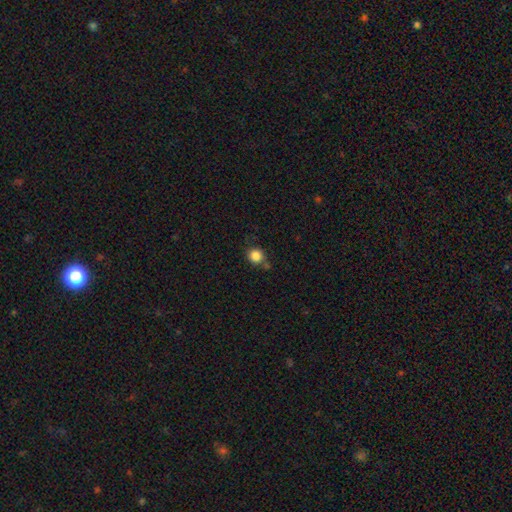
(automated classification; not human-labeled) Smooth or featured? smooth (85%)
How rounded? round (87%)
Merging? none (67%)